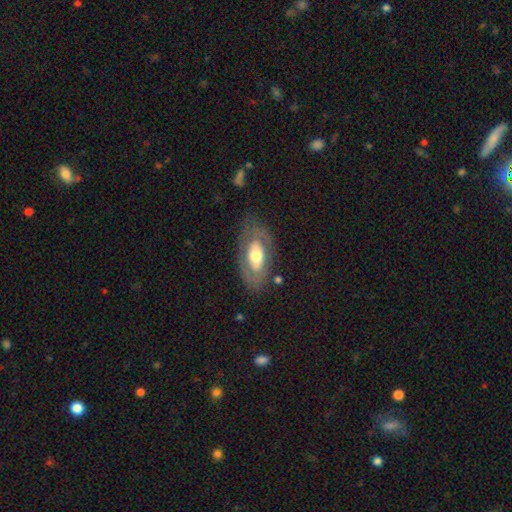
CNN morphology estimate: Q: Smooth or featured?
A: featured or disk (59%); runner-up: smooth (35%)
Q: Edge-on disk?
A: no (87%); runner-up: yes (13%)
Q: Bar?
A: no (76%); runner-up: weak (16%)
Q: Spiral arms?
A: no (61%); runner-up: yes (39%)
Q: Bulge size?
A: moderate (59%); runner-up: large (28%)
Q: Merging?
A: none (72%); runner-up: minor disturbance (17%)